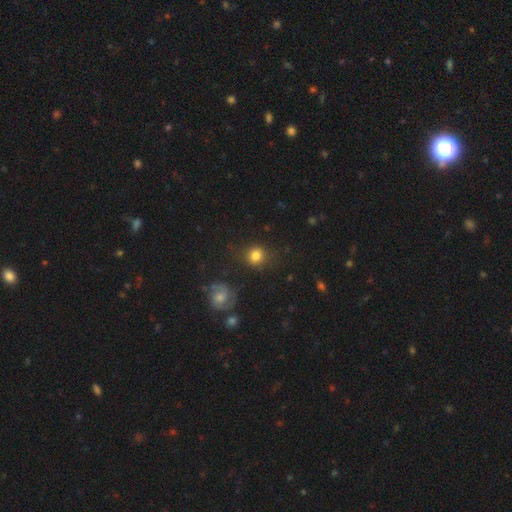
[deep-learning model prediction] Morphology: type=smooth (81%); roundness=round (83%); merging=none (76%).